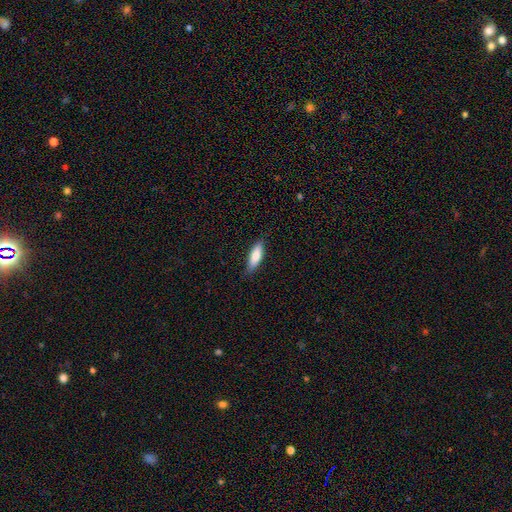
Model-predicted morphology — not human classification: This is likely a smooth galaxy (76%). How rounded: possibly in between (54%). Merging: clearly none (80%).